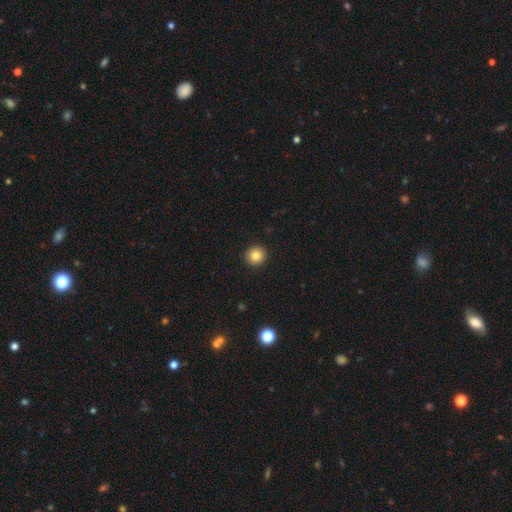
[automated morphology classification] Smooth or featured?
  - smooth: 84% *
  - star or artifact: 10%
  - featured or disk: 6%
How rounded?
  - round: 94% *
  - in between: 5%
  - cigar-shaped: 1%
Merging?
  - none: 93% *
  - minor disturbance: 5%
  - major disturbance: 2%
  - merger: 1%